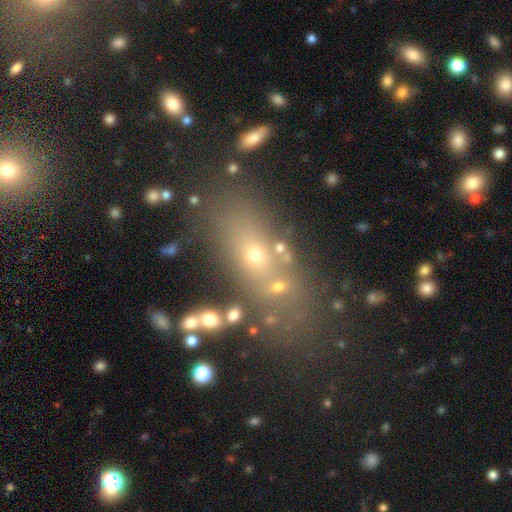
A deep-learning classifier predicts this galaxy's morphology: A smooth galaxy with no disk features (46%).

Vote fractions:
- Smooth or featured? smooth: 46% / star or artifact: 30% / featured or disk: 24%
- Merging? none: 58% / merger: 22% / minor disturbance: 12% / major disturbance: 7%